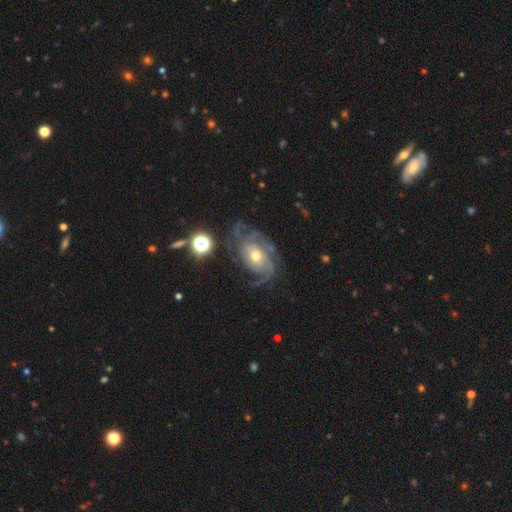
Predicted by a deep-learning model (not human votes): A featured or disk galaxy (88%) with no bar (71%), 2 (27%, tied with 3) tight (48%) spiral arms (96%) and a moderate central bulge (66%). Merging: none (62%).